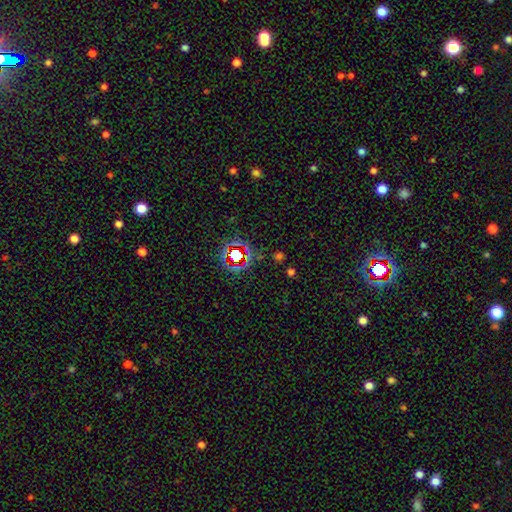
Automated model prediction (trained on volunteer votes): This appears to be a star or artifact, not a galaxy (73%).